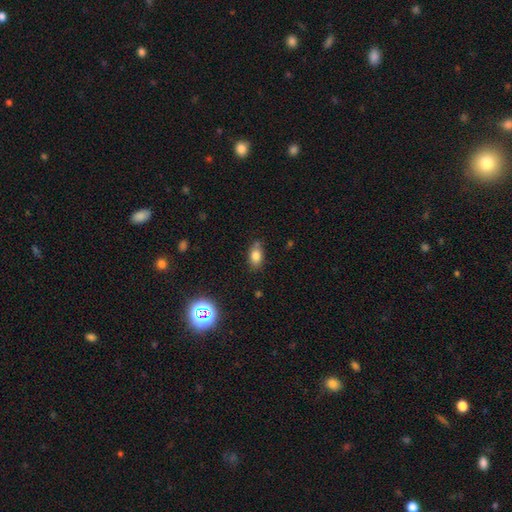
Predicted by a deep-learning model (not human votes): A smooth galaxy with no disk features (78%) that is in between round and cigar-shaped (84%). Merging: none (74%).